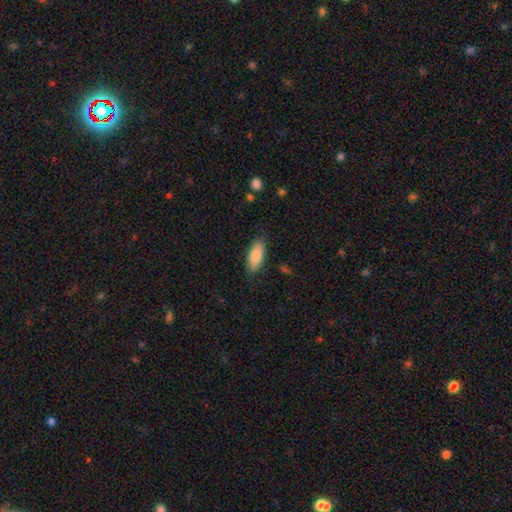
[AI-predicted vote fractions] Smooth or featured? smooth (84%)
How rounded? in between (81%)
Merging? none (82%)